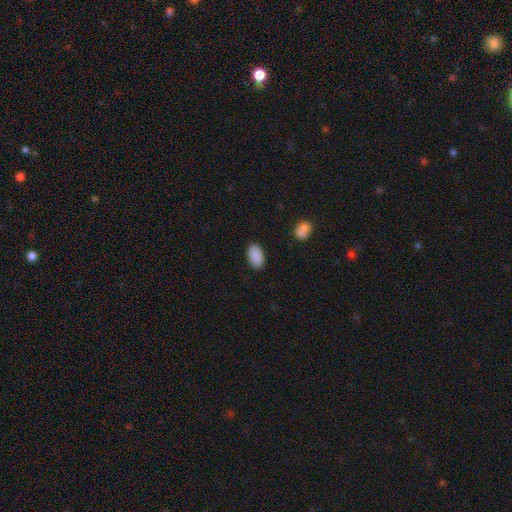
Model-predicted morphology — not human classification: The model was most divided on "merging": none: 88%, minor disturbance: 9%, major disturbance: 2%, merger: 1%. More confident: how rounded — in between (94%); smooth or featured — smooth (90%).